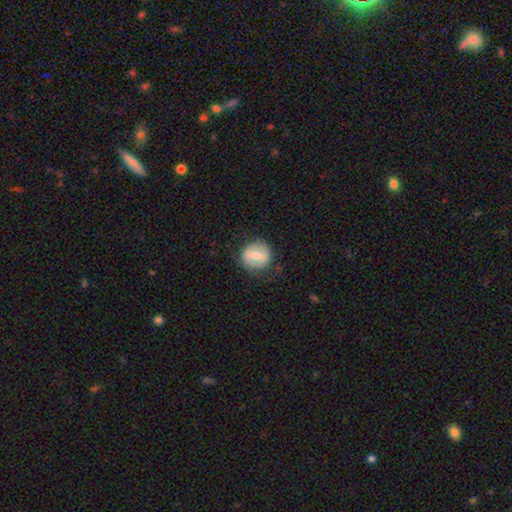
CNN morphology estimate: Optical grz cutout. It shows a smooth galaxy with no disk features (49%). Merging: none (75%).